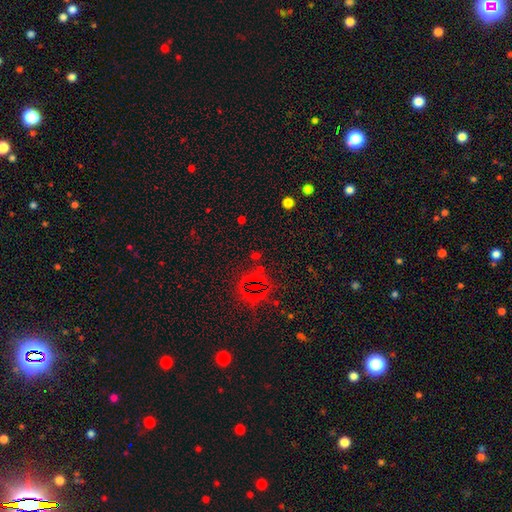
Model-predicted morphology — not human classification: Overall: star or artifact (64%; smooth 28%).